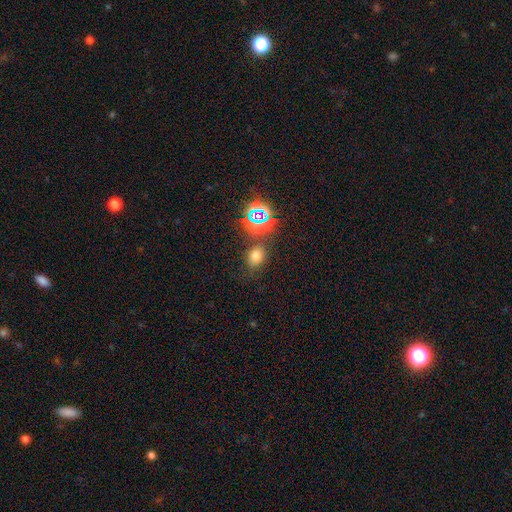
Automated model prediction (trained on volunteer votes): smooth 66%, star or artifact 27%, featured or disk 8%. Down the decision tree: how rounded — in between (60%); merging — none (76%).